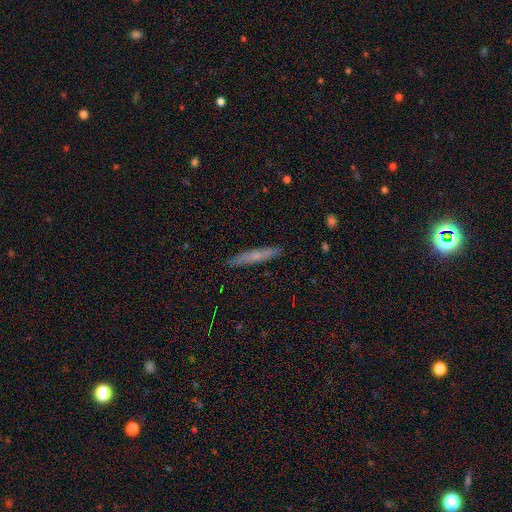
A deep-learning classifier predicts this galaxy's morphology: smooth 51%, featured or disk 42%, star or artifact 7%. Down the decision tree: how rounded — cigar-shaped (94%); merging — none (88%).